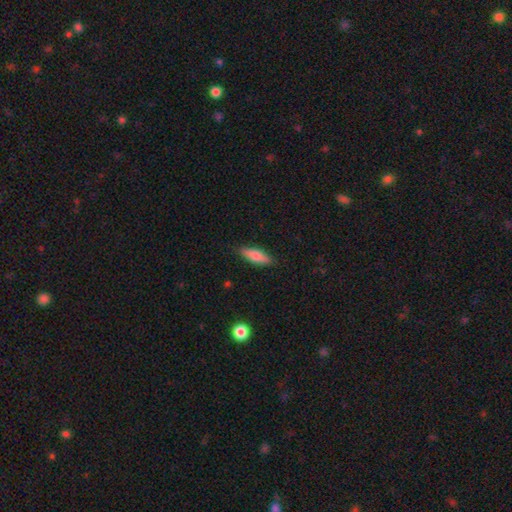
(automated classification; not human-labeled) smooth 78%, featured or disk 16%, star or artifact 6%. Down the decision tree: how rounded — in between (52%); merging — none (85%).